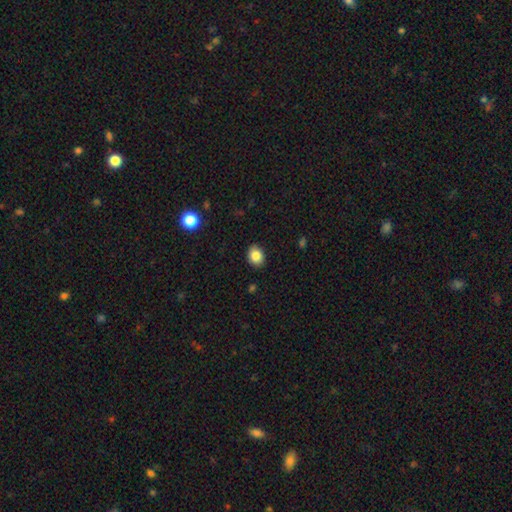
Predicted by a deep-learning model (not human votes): smooth-or-featured: smooth: 85% | star or artifact: 9% | featured or disk: 6%
  how-rounded: in between: 56% | round: 43% | cigar-shaped: 1%
  merging: none: 89% | minor disturbance: 8% | major disturbance: 2% | merger: 1%